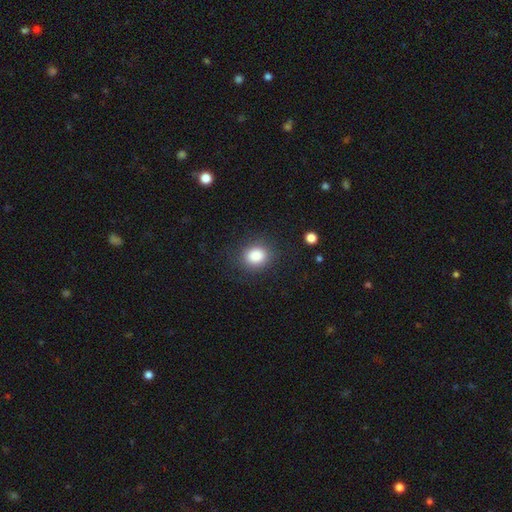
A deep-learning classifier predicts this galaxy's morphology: Smooth or featured? Predicted: smooth (p=0.85). How rounded? Predicted: round (p=0.68). Merging? Predicted: none (p=0.84).